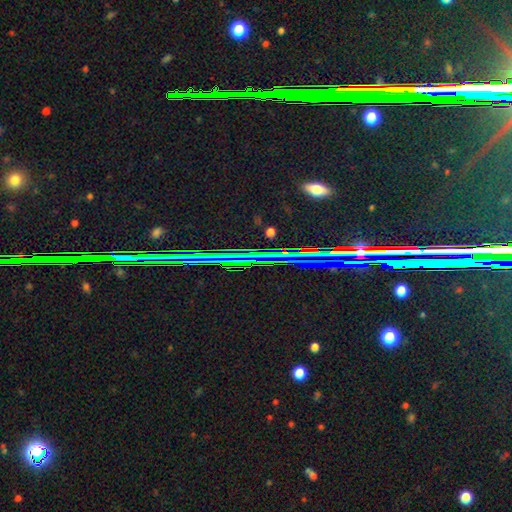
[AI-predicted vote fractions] Morphology: type=star or artifact (84%).